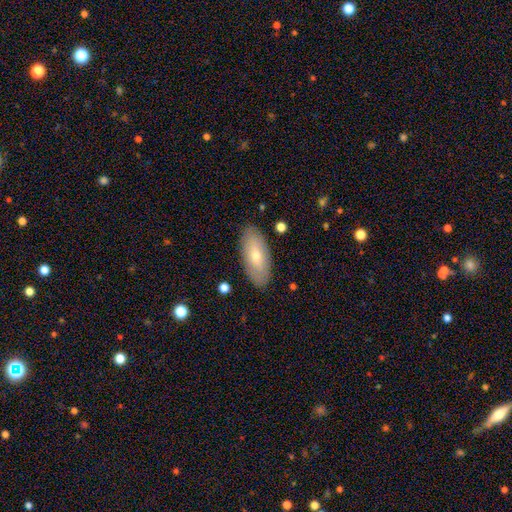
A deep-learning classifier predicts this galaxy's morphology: This appears to be a smooth galaxy with no disk features (62%) that is in between round and cigar-shaped (86%). Merging: none (87%).